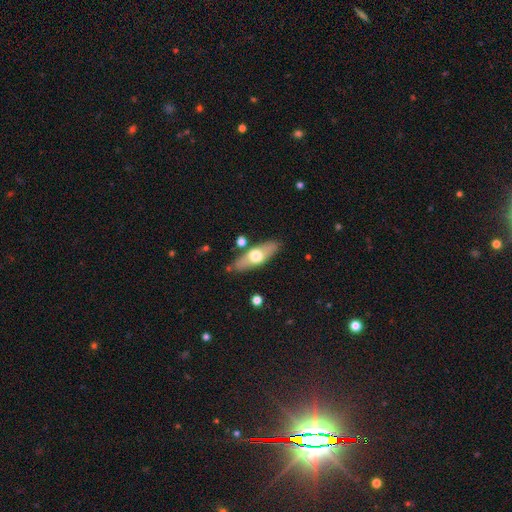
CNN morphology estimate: A smooth galaxy with no disk features (50%).

Vote fractions:
- Smooth or featured? smooth: 50% / featured or disk: 45% / star or artifact: 6%
- Merging? none: 82% / minor disturbance: 11% / merger: 4% / major disturbance: 3%